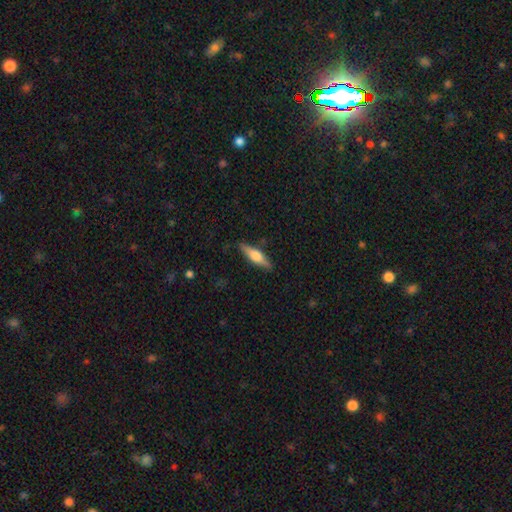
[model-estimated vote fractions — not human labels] The model was most divided on "smooth or featured": featured or disk: 52%, smooth: 42%, star or artifact: 6%. More confident: edge-on disk — yes (95%); merging — none (87%).